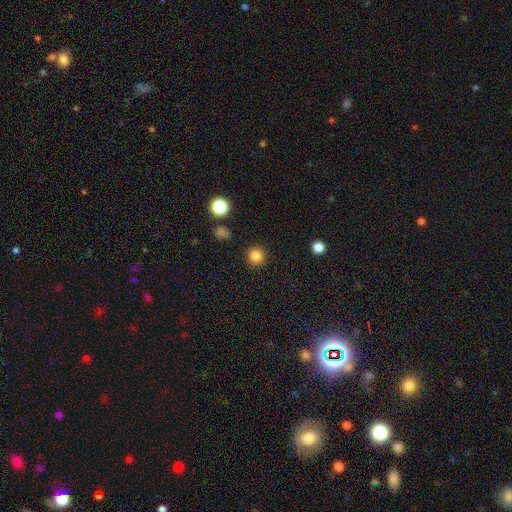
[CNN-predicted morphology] A smooth galaxy with no disk features (83%) that is round (95%).

Vote fractions:
- Smooth or featured? smooth: 83% / star or artifact: 12% / featured or disk: 5%
- How rounded? round: 95% / in between: 4% / cigar-shaped: 1%
- Merging? none: 92% / minor disturbance: 5% / major disturbance: 2% / merger: 1%